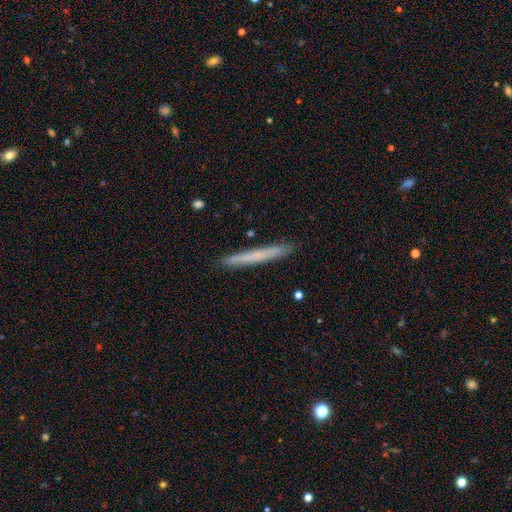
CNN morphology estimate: This appears to be a smooth galaxy with no disk features (65%) that is cigar-shaped (97%). Merging: none (91%).